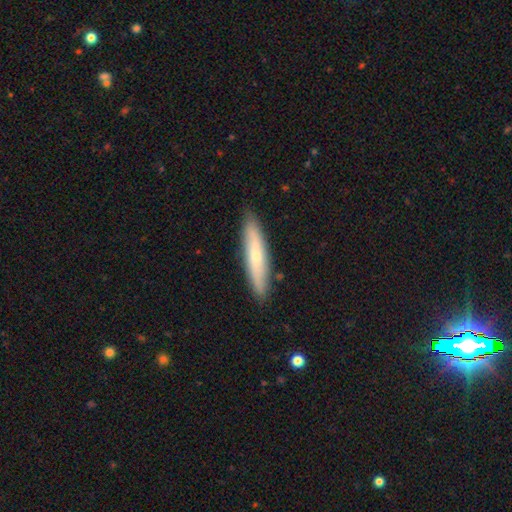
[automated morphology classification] smooth_or_featured: smooth (p=0.56) [alt: featured or disk p=0.38]
how_rounded: cigar-shaped (p=0.87) [alt: in between p=0.12]
merging: none (p=0.87) [alt: minor disturbance p=0.10]